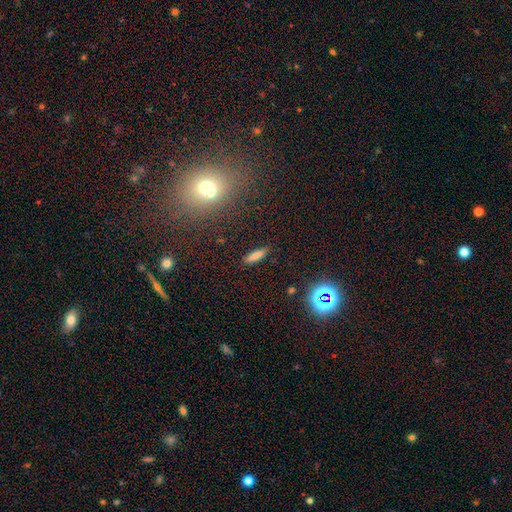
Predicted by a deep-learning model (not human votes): The model was most divided on "how rounded": cigar-shaped: 68%, in between: 30%, round: 2%. More confident: merging — none (88%); smooth or featured — smooth (78%).